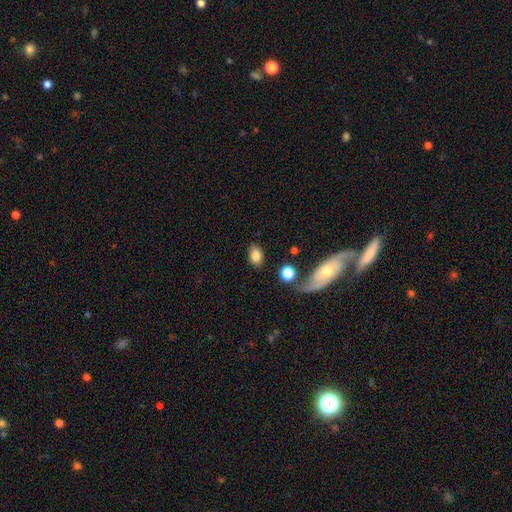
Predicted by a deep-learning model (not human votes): Smooth or featured?
  - smooth: 82% *
  - featured or disk: 10%
  - star or artifact: 8%
How rounded?
  - in between: 84% *
  - round: 15%
  - cigar-shaped: 2%
Merging?
  - none: 81% *
  - minor disturbance: 10%
  - merger: 5%
  - major disturbance: 4%